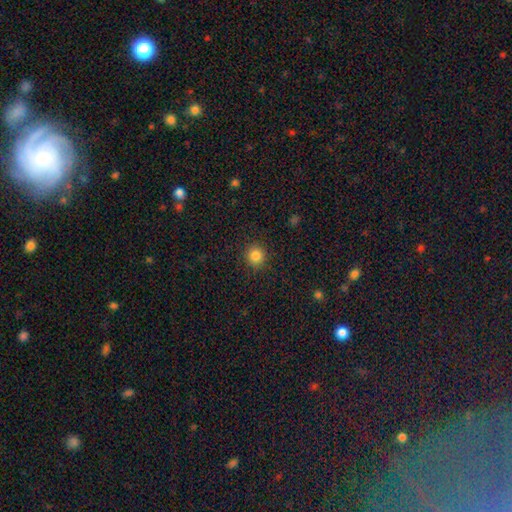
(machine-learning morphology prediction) Smooth or featured? Predicted: smooth (p=0.84). How rounded? Predicted: round (p=0.92). Merging? Predicted: none (p=0.91).